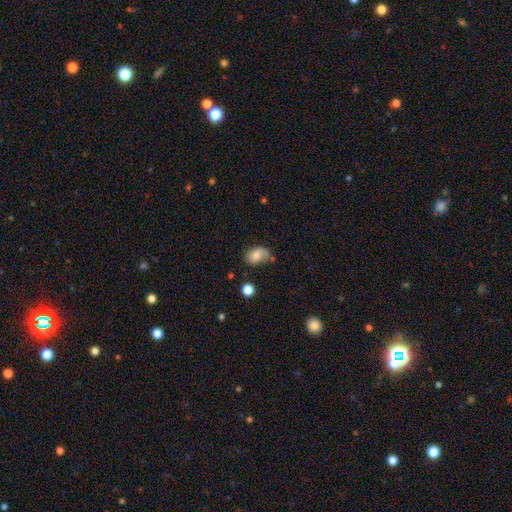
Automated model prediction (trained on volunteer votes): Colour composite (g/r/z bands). It shows a smooth galaxy with no disk features (75%) that is in between round and cigar-shaped (79%). Merging: none (49%).